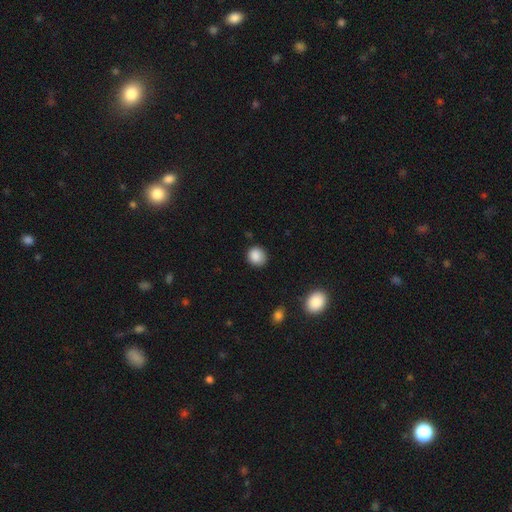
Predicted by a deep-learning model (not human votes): This appears to be a smooth galaxy with no disk features (87%) that is round (78%). Merging: none (82%).